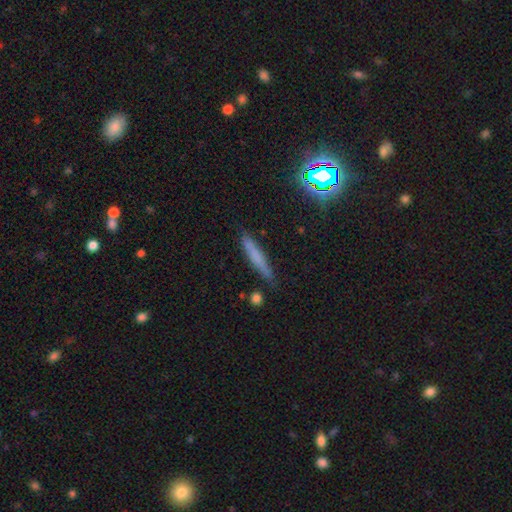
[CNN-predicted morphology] type=smooth (60%); roundness=cigar-shaped (92%); merging=none (81%).